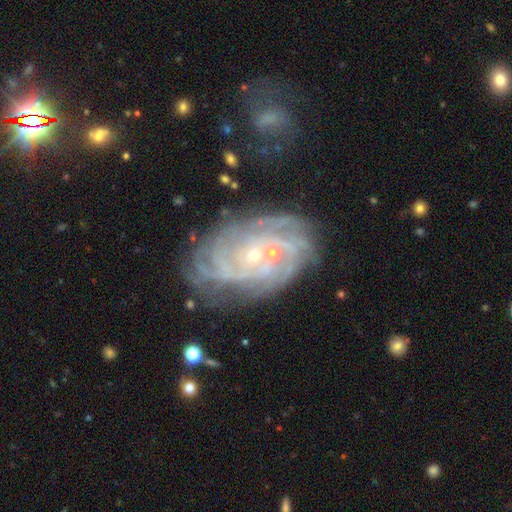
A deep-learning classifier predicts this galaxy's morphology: smooth-or-featured: featured or disk: 86% | star or artifact: 7% | smooth: 7%
  disk-edge-on: no: 96% | yes: 4%
    bar: no: 72% | weak: 22% | strong: 7%
    has-spiral-arms: yes: 96% | no: 4%
      spiral-winding: tight: 77% | medium: 19% | loose: 4%
      spiral-arm-count: can't tell: 28% | 4: 22% | more than 4: 20% | 3: 14% | 2: 10% | 1: 7%
    bulge-size: small: 76% | moderate: 20% | none: 2% | large: 1% | dominant: 1%
  merging: none: 67% | minor disturbance: 18% | merger: 8% | major disturbance: 7%